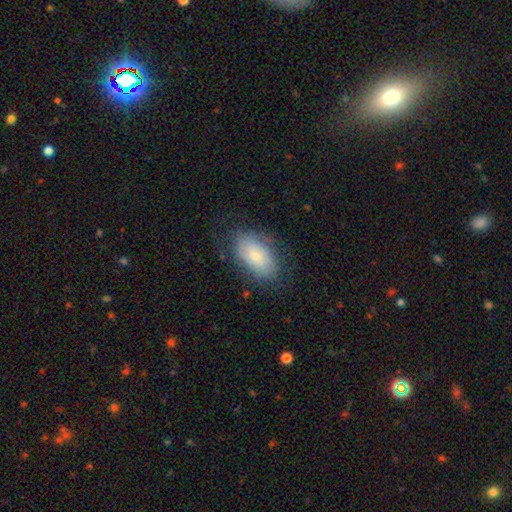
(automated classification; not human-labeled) The model was most divided on "smooth or featured": smooth: 69%, featured or disk: 24%, star or artifact: 7%. More confident: how rounded — in between (93%); merging — none (72%).